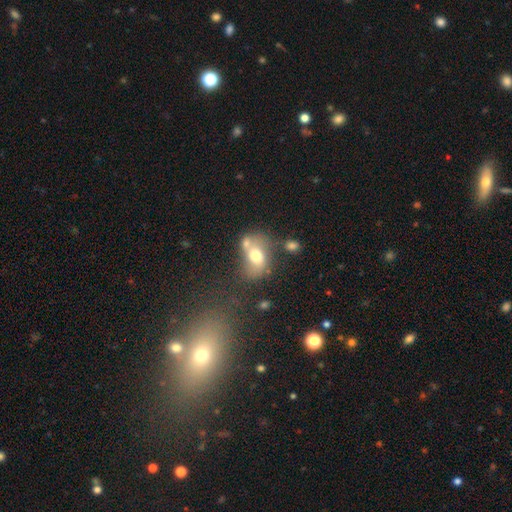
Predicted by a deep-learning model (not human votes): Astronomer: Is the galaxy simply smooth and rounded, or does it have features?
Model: smooth — 58%.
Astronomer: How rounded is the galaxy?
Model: in between — 69%.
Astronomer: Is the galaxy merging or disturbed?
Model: merger — 37% (runner-up: none, 34%).